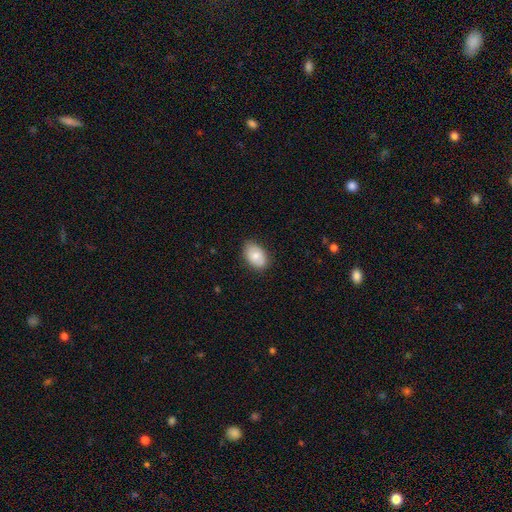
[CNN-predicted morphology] This appears to be a smooth galaxy with no disk features (79%) that is in between round and cigar-shaped (88%). Merging: none (82%).